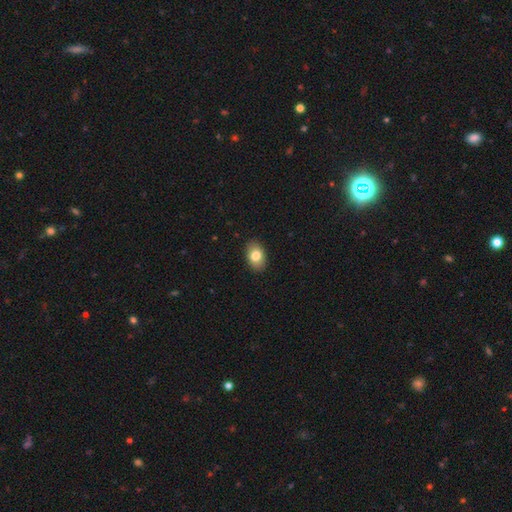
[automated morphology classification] Smooth or featured?
  - smooth: 81% *
  - featured or disk: 11%
  - star or artifact: 8%
How rounded?
  - in between: 86% *
  - round: 13%
  - cigar-shaped: 1%
Merging?
  - none: 90% *
  - minor disturbance: 8%
  - major disturbance: 2%
  - merger: 1%